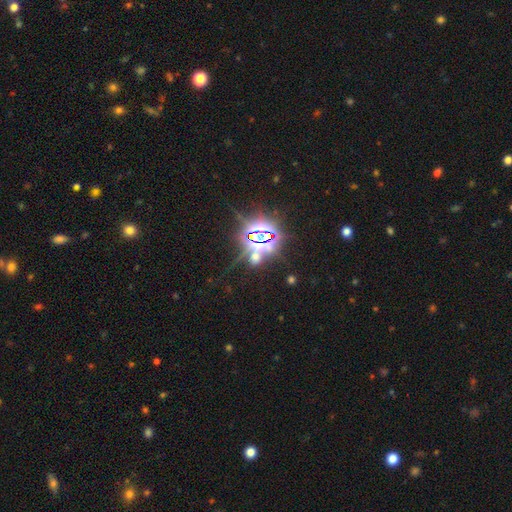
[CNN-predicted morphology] Smooth or featured?
  - star or artifact: 76% *
  - smooth: 16%
  - featured or disk: 8%